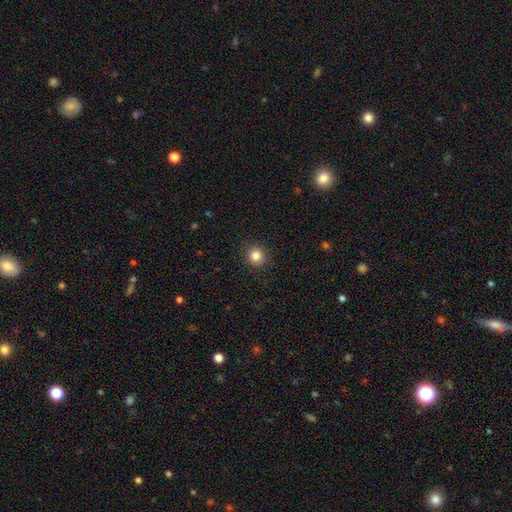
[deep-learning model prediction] Overall: smooth (84%). How rounded: round (90%). Merging: none (91%).